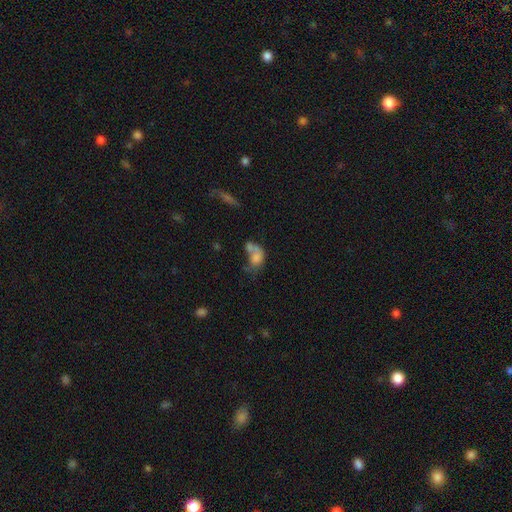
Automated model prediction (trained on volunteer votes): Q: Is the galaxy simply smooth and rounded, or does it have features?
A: smooth — 66%.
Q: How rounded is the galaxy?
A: in between — 73%.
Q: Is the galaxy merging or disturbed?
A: merger — 52%.